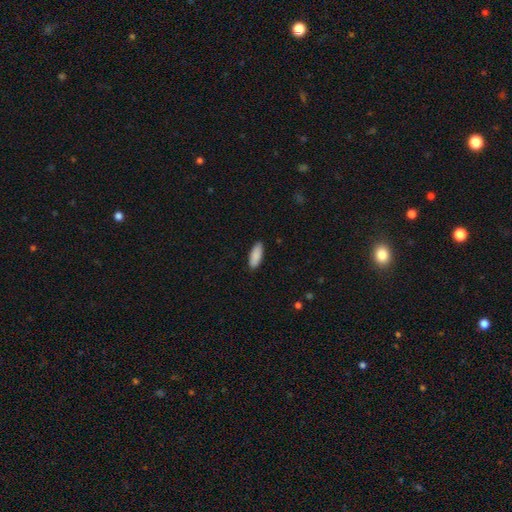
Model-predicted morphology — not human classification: Smooth or featured? smooth (90%)
How rounded? in between (73%)
Merging? none (89%)